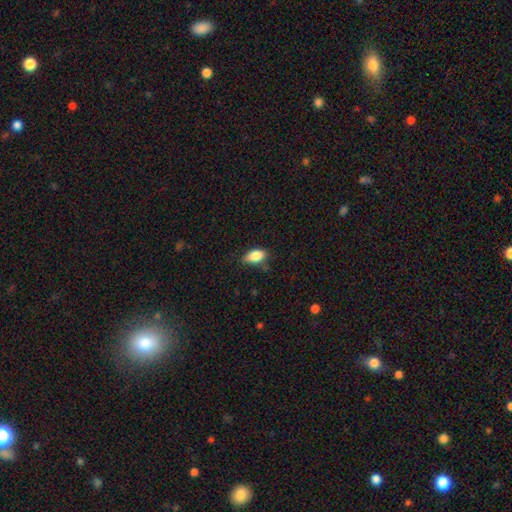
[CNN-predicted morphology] smooth_or_featured: smooth (p=0.87) [alt: star or artifact p=0.08]
how_rounded: in between (p=0.91) [alt: round p=0.06]
merging: none (p=0.72) [alt: minor disturbance p=0.22]